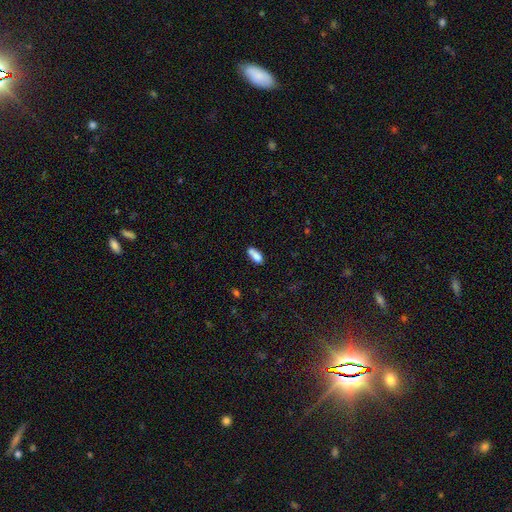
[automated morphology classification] Smooth or featured?
  - smooth: 80% *
  - featured or disk: 11%
  - star or artifact: 9%
How rounded?
  - in between: 77% *
  - cigar-shaped: 19%
  - round: 3%
Merging?
  - none: 49% *
  - merger: 25%
  - minor disturbance: 20%
  - major disturbance: 7%